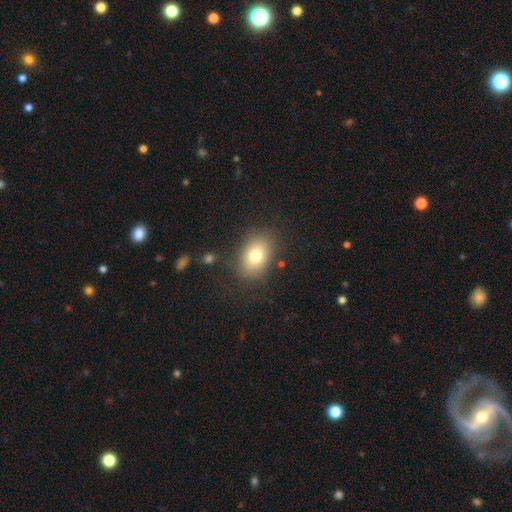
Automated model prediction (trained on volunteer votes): Morphology: type=smooth (76%); roundness=in between (73%); merging=none (81%).